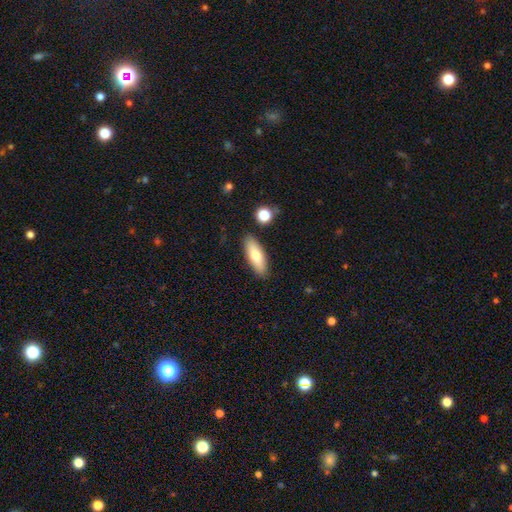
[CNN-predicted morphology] A smooth galaxy with no disk features (73%) that is in between round and cigar-shaped (62%). Merging: none (86%).